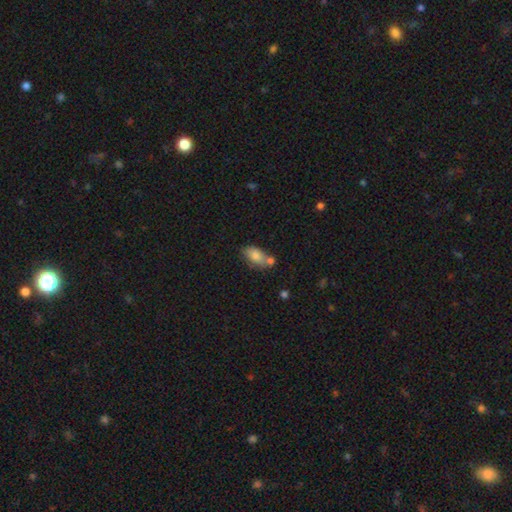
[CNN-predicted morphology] Smooth or featured? smooth (79%)
How rounded? in between (90%)
Merging? none (47%)